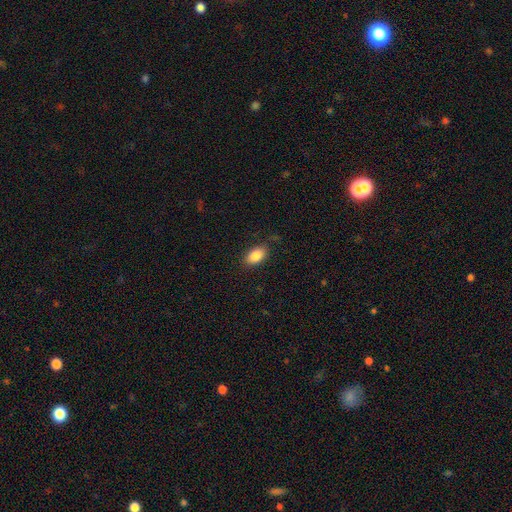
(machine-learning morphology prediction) Q: Smooth or featured?
A: smooth (86%); runner-up: star or artifact (8%)
Q: How rounded?
A: in between (90%); runner-up: round (8%)
Q: Merging?
A: none (82%); runner-up: minor disturbance (14%)